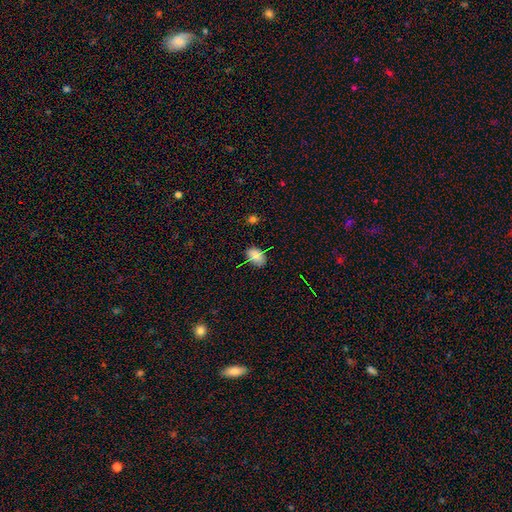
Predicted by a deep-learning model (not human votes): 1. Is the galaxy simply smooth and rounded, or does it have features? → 83% smooth, 9% star or artifact, 8% featured or disk.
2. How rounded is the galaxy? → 80% in between, 18% round, 1% cigar-shaped.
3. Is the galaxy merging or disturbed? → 75% none, 19% minor disturbance, 3% major disturbance, 3% merger.